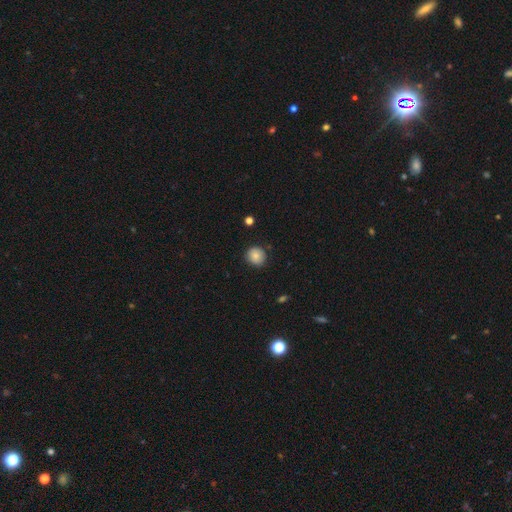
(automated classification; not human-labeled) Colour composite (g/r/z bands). It shows a smooth galaxy with no disk features (82%) that is round (90%). Merging: none (85%).